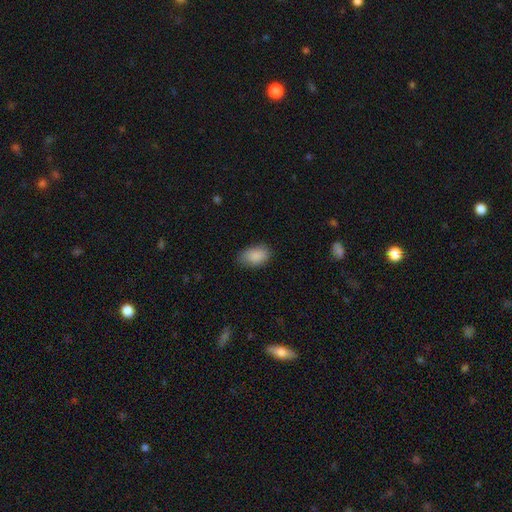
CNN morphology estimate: smooth-or-featured: smooth: 89% | star or artifact: 7% | featured or disk: 4%
  how-rounded: in between: 90% | round: 8% | cigar-shaped: 2%
  merging: none: 76% | minor disturbance: 19% | major disturbance: 4% | merger: 1%